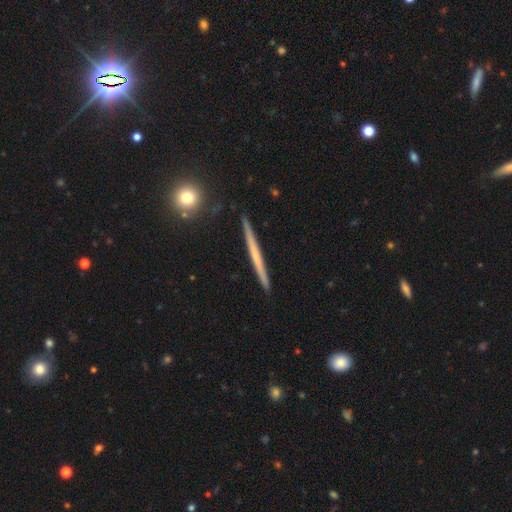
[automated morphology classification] featured or disk 57%, smooth 38%, star or artifact 5%. Down the decision tree: edge-on disk — yes (97%); edge-on bulge — none (86%); merging — none (91%).